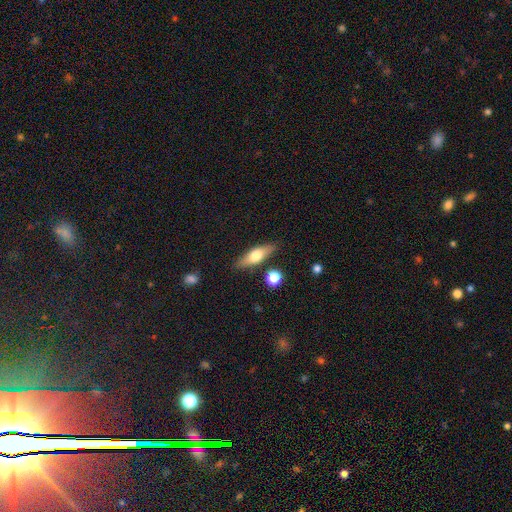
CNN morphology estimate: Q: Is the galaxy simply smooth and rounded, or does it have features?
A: smooth — 51%.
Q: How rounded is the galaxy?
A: in between — 48%.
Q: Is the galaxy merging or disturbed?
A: none — 82%.